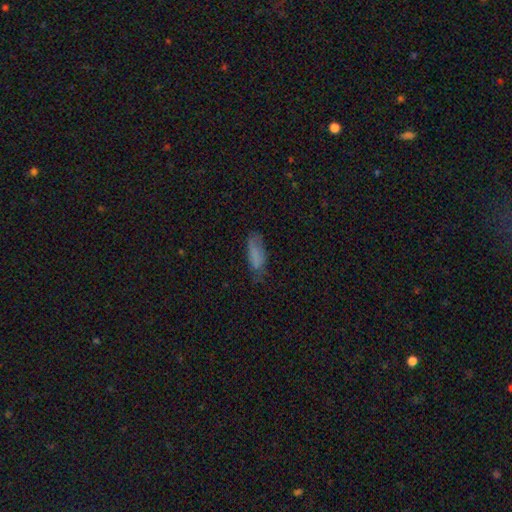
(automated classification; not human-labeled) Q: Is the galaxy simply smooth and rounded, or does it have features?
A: smooth — 75%.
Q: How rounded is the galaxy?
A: in between — 67%.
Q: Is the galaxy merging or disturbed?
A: none — 60%.